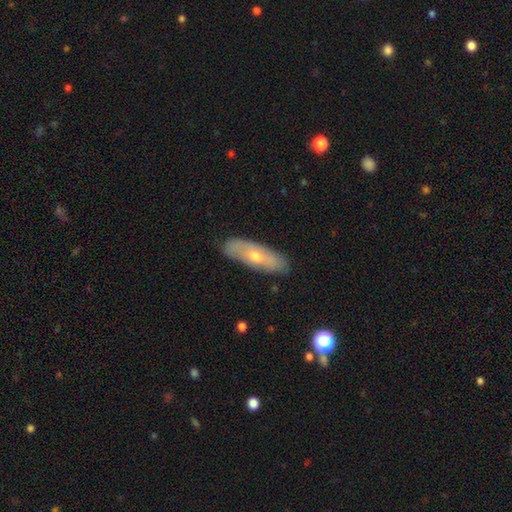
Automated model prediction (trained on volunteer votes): smooth_or_featured: smooth (p=0.51) [alt: featured or disk p=0.42]
how_rounded: in between (p=0.52) [alt: cigar-shaped p=0.45]
merging: none (p=0.84) [alt: minor disturbance p=0.12]